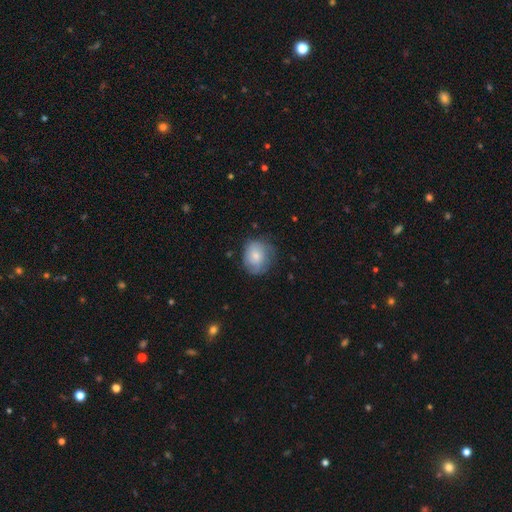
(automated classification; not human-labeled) Smooth or featured? smooth (65%)
How rounded? round (71%)
Merging? none (67%)